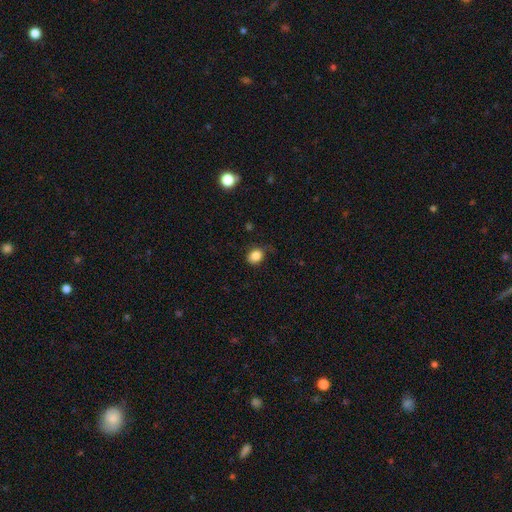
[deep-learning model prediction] Smooth or featured? Predicted: smooth (p=0.85). How rounded? Predicted: round (p=0.60). Merging? Predicted: none (p=0.71).